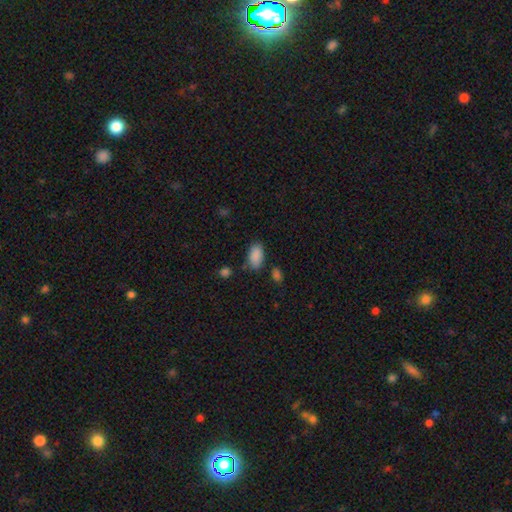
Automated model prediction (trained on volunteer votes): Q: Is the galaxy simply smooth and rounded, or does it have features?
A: smooth — 89%.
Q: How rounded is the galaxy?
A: in between — 94%.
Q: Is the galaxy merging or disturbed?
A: none — 75%.